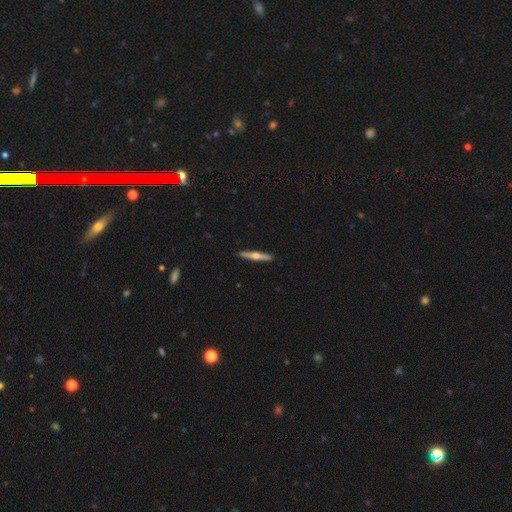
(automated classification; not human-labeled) Smooth or featured?
  - featured or disk: 55% *
  - smooth: 40%
  - star or artifact: 5%
Edge-on disk?
  - yes: 97% *
  - no: 3%
Edge-on bulge?
  - rounded: 85% *
  - none: 11%
  - boxy: 4%
Merging?
  - none: 91% *
  - minor disturbance: 6%
  - major disturbance: 1%
  - merger: 1%